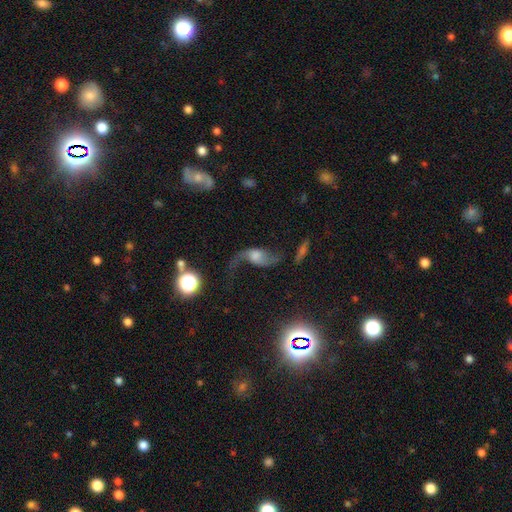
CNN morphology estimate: A featured or disk galaxy (79%) with no bar (58%), 2 (90%) loose (92%) spiral arms (94%) and a moderate central bulge (35%).

Vote fractions:
- Smooth or featured? featured or disk: 79% / smooth: 12% / star or artifact: 10%
- Edge-on disk? no: 94% / yes: 6%
- Bar? no: 58% / weak: 33% / strong: 9%
- Spiral arms? yes: 94% / no: 6%
- Spiral winding? loose: 92% / medium: 7% / tight: 2%
- Spiral arm count? 2: 90% / 1: 5% / can't tell: 2% / 3: 1% / 4: 1% / more than 4: 1%
- Bulge size? moderate: 35% / large: 23% / small: 20% / none: 17% / dominant: 5%
- Merging? none: 55% / major disturbance: 21% / minor disturbance: 18% / merger: 6%